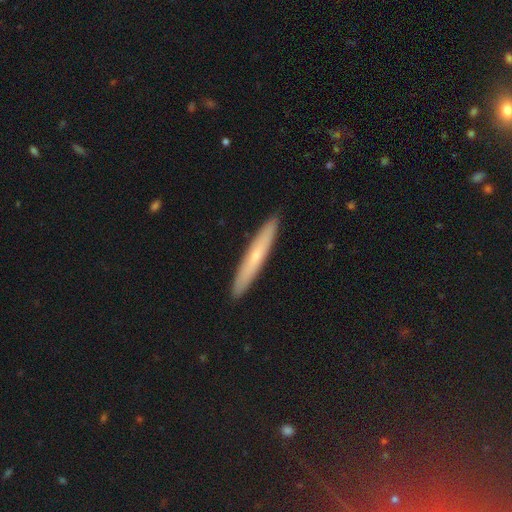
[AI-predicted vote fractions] Overall: smooth (51%; featured or disk 42%). How rounded: cigar-shaped (95%). Merging: none (92%).